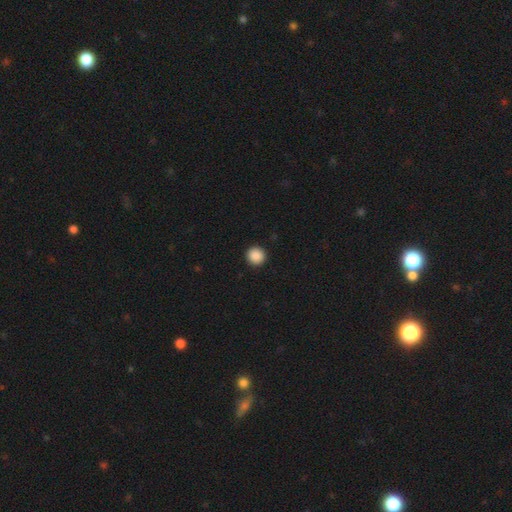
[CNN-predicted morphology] Overall: smooth (89%). How rounded: round (94%). Merging: none (93%).